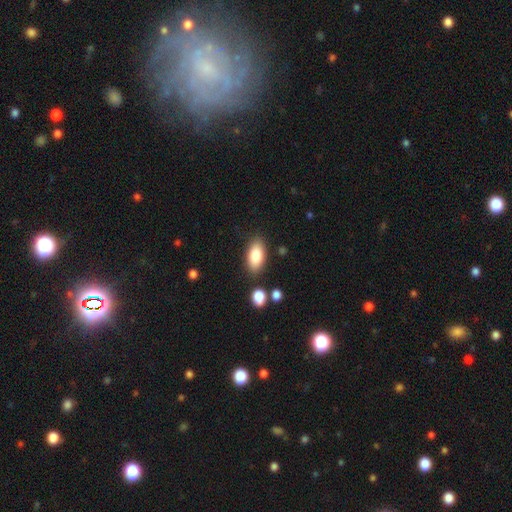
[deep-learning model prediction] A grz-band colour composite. It shows a smooth galaxy with no disk features (83%) that is in between round and cigar-shaped (91%). Merging: none (83%).